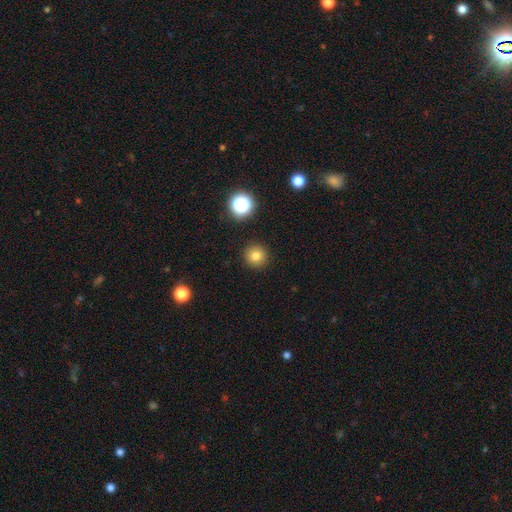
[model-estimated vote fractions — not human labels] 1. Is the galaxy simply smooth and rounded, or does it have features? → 79% smooth, 14% star or artifact, 6% featured or disk.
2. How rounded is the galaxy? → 95% round, 4% in between, 1% cigar-shaped.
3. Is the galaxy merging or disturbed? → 92% none, 5% minor disturbance, 2% major disturbance, 1% merger.